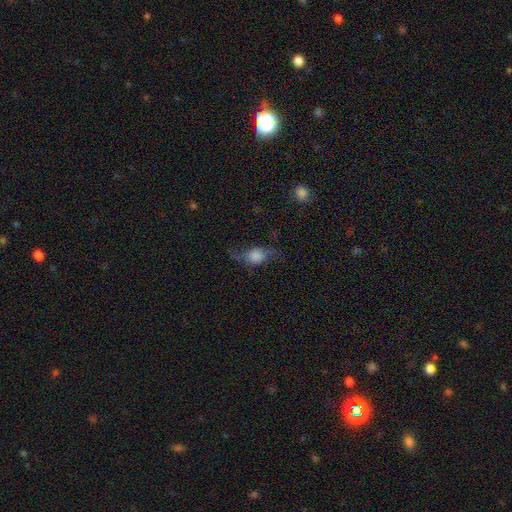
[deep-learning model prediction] The model was most divided on "smooth or featured": smooth: 56%, featured or disk: 34%, star or artifact: 11%. More confident: how rounded — in between (59%); merging — none (51%).